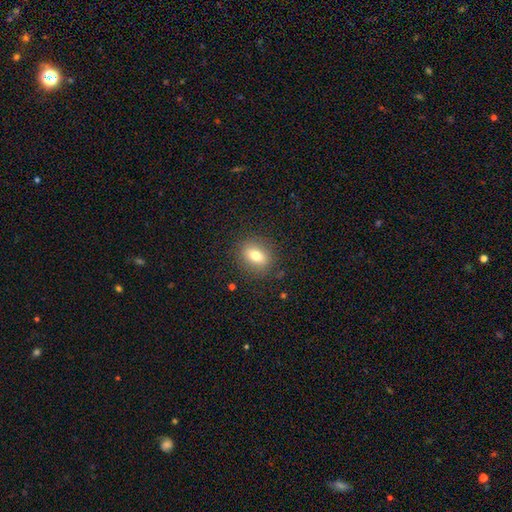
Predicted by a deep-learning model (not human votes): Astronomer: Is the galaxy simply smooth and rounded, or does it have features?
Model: smooth — 75%.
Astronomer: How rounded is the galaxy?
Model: in between — 55% (runner-up: round, 43%).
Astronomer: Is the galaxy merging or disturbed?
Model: none — 86%.